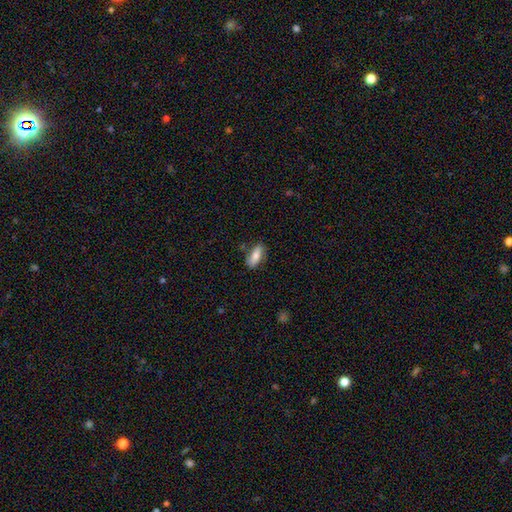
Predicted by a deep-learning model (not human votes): A smooth galaxy with no disk features (66%) that is in between round and cigar-shaped (77%). Merging: none (78%).